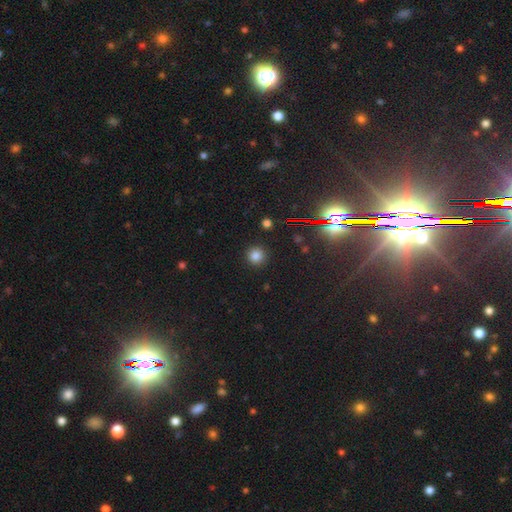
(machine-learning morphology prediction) Smooth or featured? smooth (79%)
How rounded? round (94%)
Merging? none (91%)